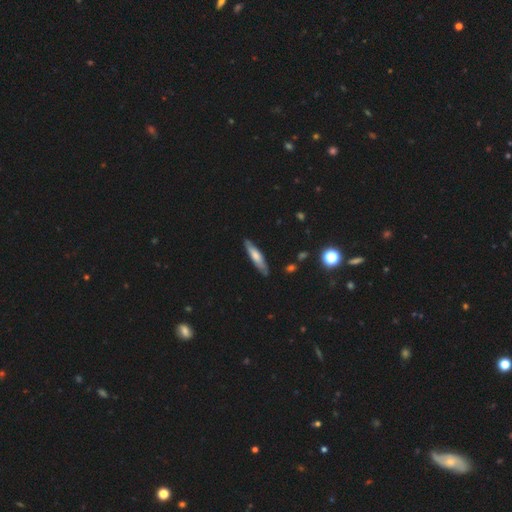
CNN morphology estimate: Smooth or featured? smooth (59%)
How rounded? cigar-shaped (81%)
Merging? none (85%)